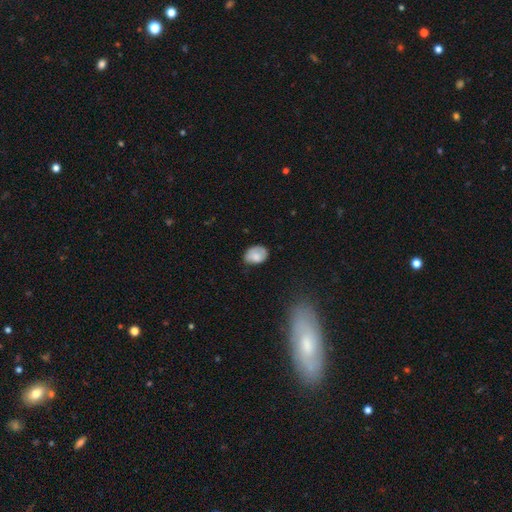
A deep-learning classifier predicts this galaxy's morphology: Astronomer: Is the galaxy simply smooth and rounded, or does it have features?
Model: smooth — 77%.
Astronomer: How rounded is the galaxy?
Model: in between — 75%.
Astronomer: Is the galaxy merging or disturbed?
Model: none — 57% (runner-up: minor disturbance, 33%).